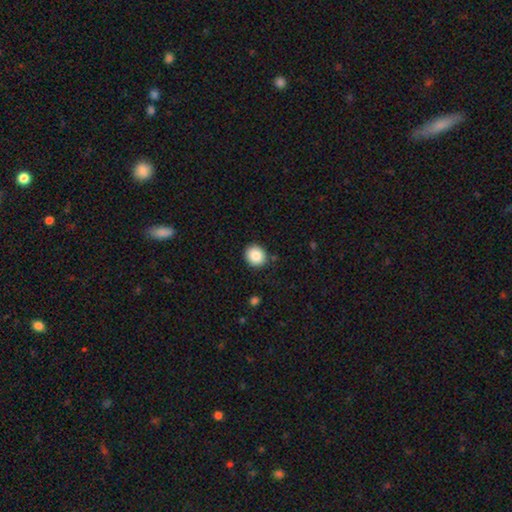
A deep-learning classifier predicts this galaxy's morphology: type=smooth (87%); roundness=round (76%); merging=none (88%).